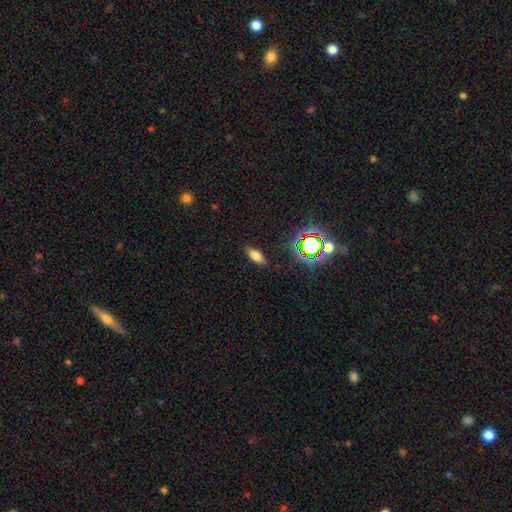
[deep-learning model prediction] The model was most divided on "smooth or featured": smooth: 69%, star or artifact: 16%, featured or disk: 15%. More confident: merging — none (84%); how rounded — in between (75%).